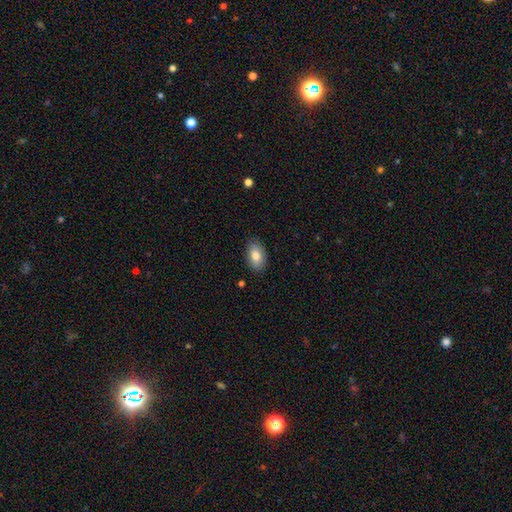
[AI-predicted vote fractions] A smooth galaxy with no disk features (83%) that is in between round and cigar-shaped (92%).

Vote fractions:
- Smooth or featured? smooth: 83% / featured or disk: 10% / star or artifact: 7%
- How rounded? in between: 92% / round: 6% / cigar-shaped: 2%
- Merging? none: 87% / minor disturbance: 10% / major disturbance: 2% / merger: 1%